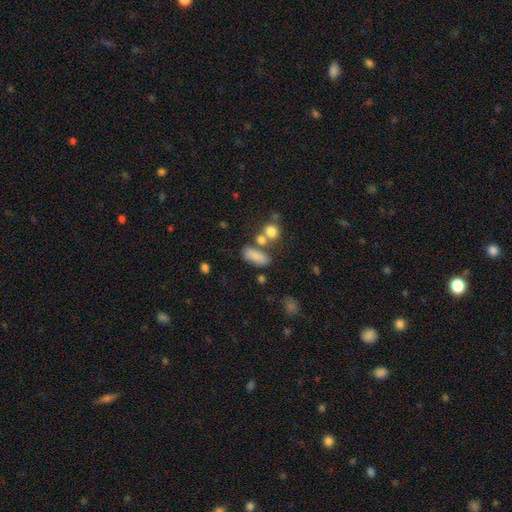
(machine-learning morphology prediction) This is clearly a smooth galaxy (80%). How rounded: likely in between (77%). Merging: possibly none (54%).